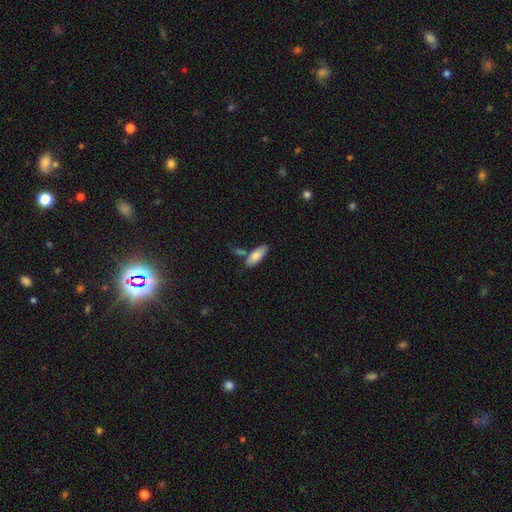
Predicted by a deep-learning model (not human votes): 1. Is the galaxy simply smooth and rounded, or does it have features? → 79% smooth, 15% featured or disk, 6% star or artifact.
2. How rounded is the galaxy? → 73% in between, 25% cigar-shaped, 2% round.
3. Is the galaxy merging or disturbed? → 69% none, 14% merger, 13% minor disturbance, 3% major disturbance.